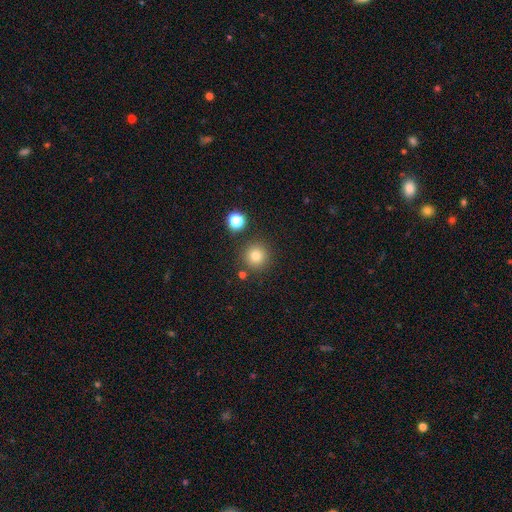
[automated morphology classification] Smooth or featured: smooth — 78% (star or artifact — 14%)
How rounded: round — 95% (in between — 4%)
Merging: none — 86% (minor disturbance — 7%)